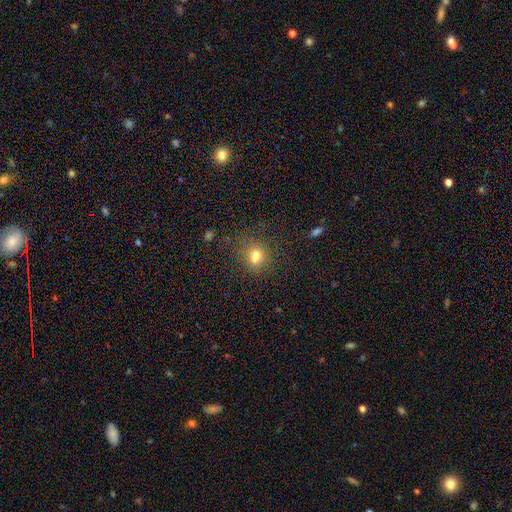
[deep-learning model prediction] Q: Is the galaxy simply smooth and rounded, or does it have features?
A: smooth — 73%.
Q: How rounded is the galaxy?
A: round — 75%.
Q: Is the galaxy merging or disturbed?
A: none — 78%.